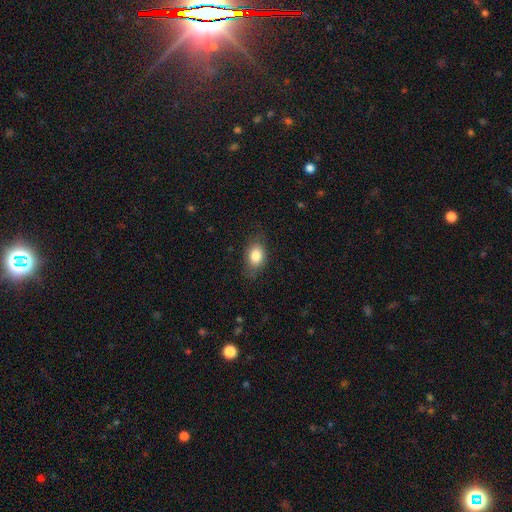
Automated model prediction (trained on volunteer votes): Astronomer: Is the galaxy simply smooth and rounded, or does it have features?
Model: smooth — 83%.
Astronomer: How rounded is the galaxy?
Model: in between — 78%.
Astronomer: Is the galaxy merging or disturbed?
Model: none — 78%.